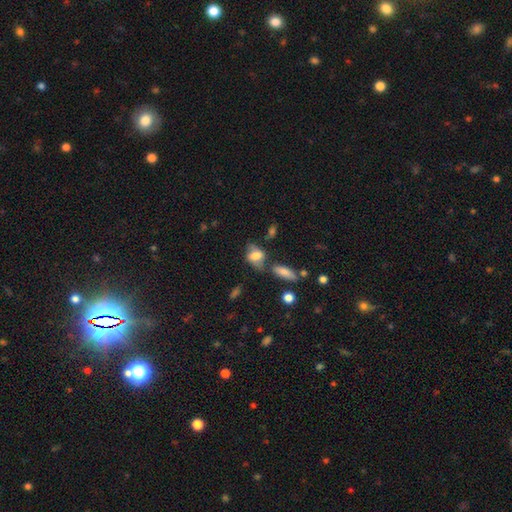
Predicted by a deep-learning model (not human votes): Smooth or featured? smooth (61%)
How rounded? in between (78%)
Merging? none (51%)